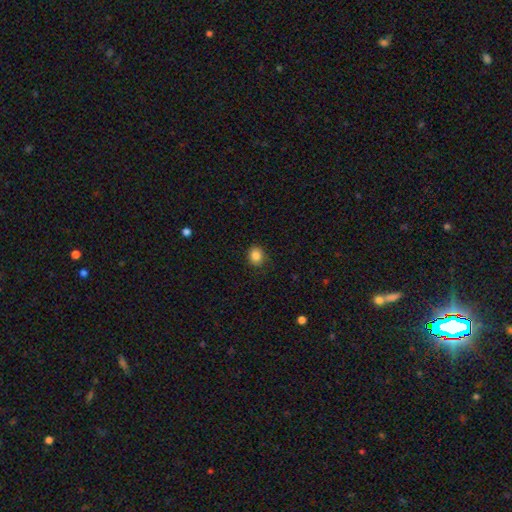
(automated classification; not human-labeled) Smooth or featured? smooth (86%)
How rounded? round (64%)
Merging? none (85%)